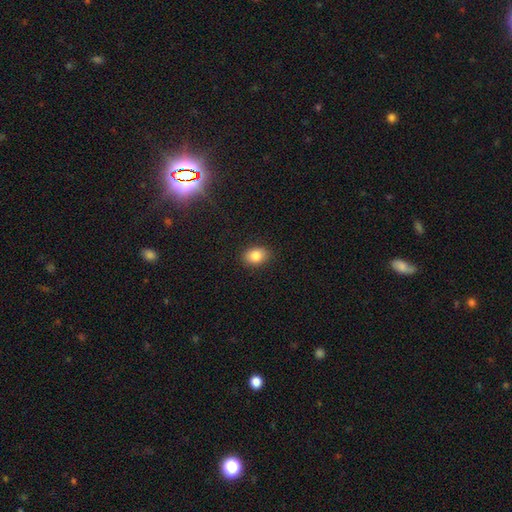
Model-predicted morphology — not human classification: This appears to be a smooth galaxy with no disk features (84%) that is in between round and cigar-shaped (71%). Merging: none (89%).